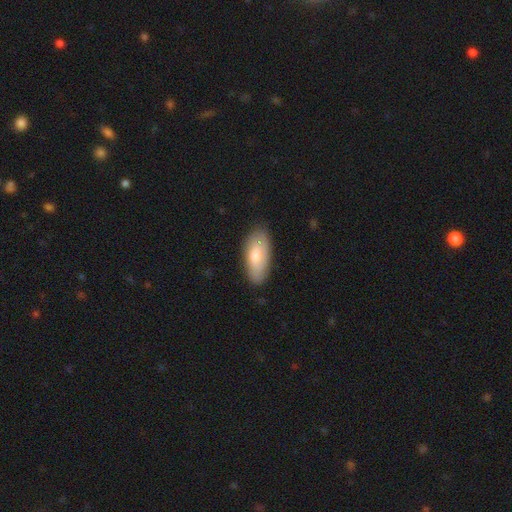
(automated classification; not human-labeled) smooth 70%, featured or disk 25%, star or artifact 6%. Down the decision tree: how rounded — in between (86%); merging — none (81%).